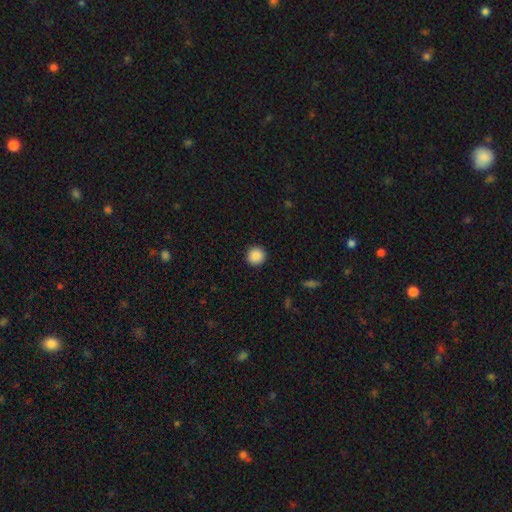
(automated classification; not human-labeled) A smooth galaxy with no disk features (89%) that is round (94%).

Vote fractions:
- Smooth or featured? smooth: 89% / star or artifact: 9% / featured or disk: 2%
- How rounded? round: 94% / in between: 5% / cigar-shaped: 1%
- Merging? none: 93% / minor disturbance: 5% / major disturbance: 2% / merger: 1%